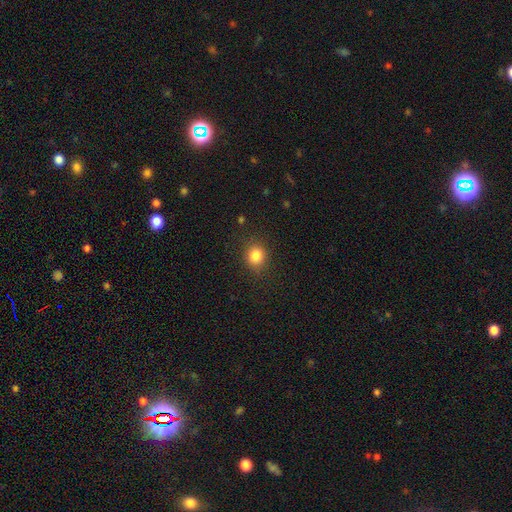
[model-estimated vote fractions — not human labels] A smooth galaxy with no disk features (83%) that is round (78%).

Vote fractions:
- Smooth or featured? smooth: 83% / star or artifact: 11% / featured or disk: 5%
- How rounded? round: 78% / in between: 21% / cigar-shaped: 1%
- Merging? none: 86% / minor disturbance: 9% / major disturbance: 3% / merger: 1%